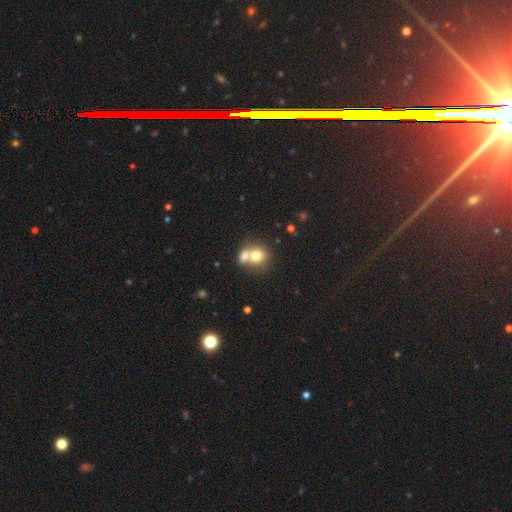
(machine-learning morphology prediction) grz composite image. It shows a smooth galaxy with no disk features (72%) that is round (74%). Merging: merger (62%).